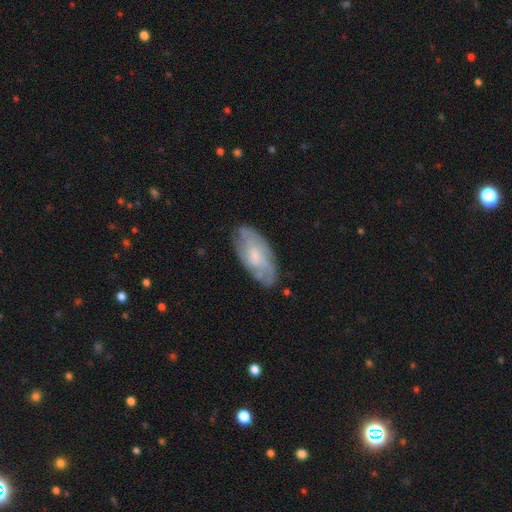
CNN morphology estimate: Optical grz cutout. It shows a featured or disk galaxy (56%) with no bar (67%), spiral arms (76%) and a moderate central bulge (40%). Merging: none (73%).